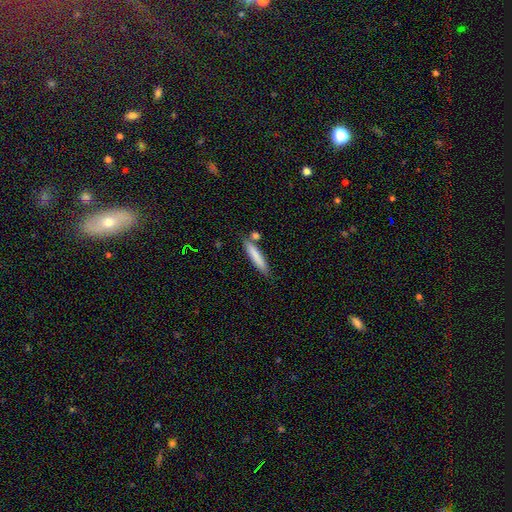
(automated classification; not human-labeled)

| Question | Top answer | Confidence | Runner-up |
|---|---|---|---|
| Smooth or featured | smooth | 79% | featured or disk (15%) |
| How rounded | cigar-shaped | 90% | in between (9%) |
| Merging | none | 76% | minor disturbance (12%) |